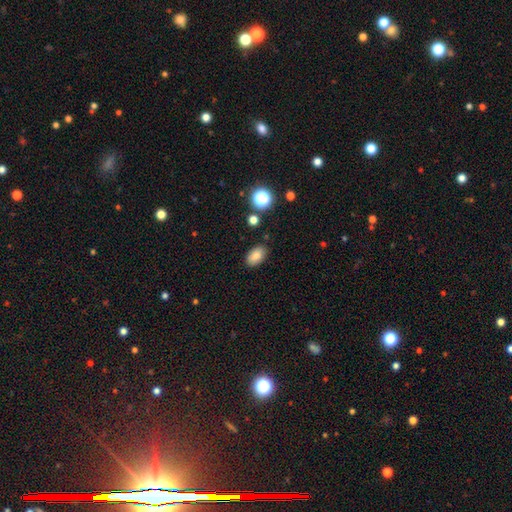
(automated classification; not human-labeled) Morphology: type=smooth (84%); roundness=in between (90%); merging=none (86%).